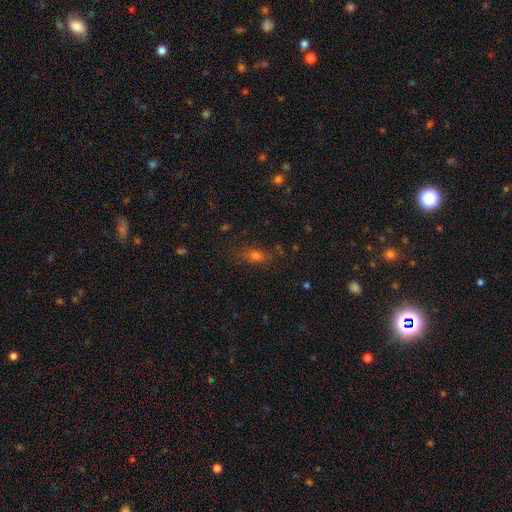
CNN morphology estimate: Smooth or featured? smooth (63%)
How rounded? in between (61%)
Merging? none (73%)